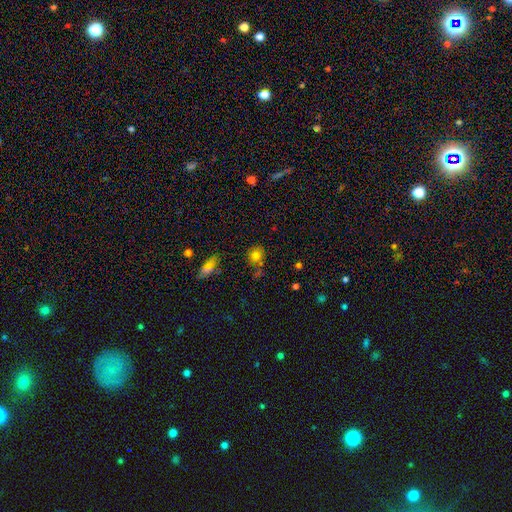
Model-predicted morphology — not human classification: Smooth or featured? smooth (78%)
How rounded? round (76%)
Merging? none (66%)